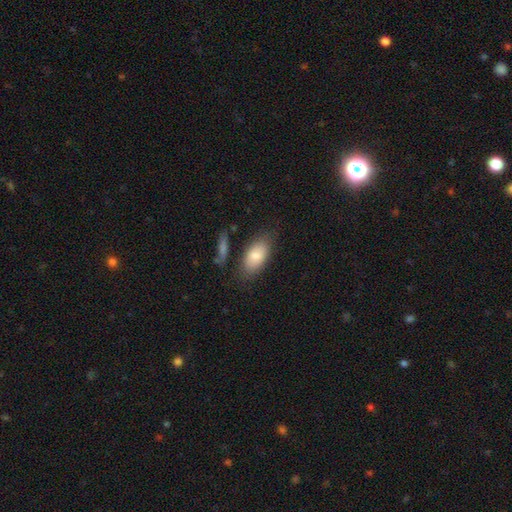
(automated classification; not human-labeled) Smooth or featured?
  - smooth: 83% *
  - featured or disk: 11%
  - star or artifact: 6%
How rounded?
  - in between: 91% *
  - cigar-shaped: 5%
  - round: 4%
Merging?
  - none: 74% *
  - minor disturbance: 16%
  - major disturbance: 5%
  - merger: 5%